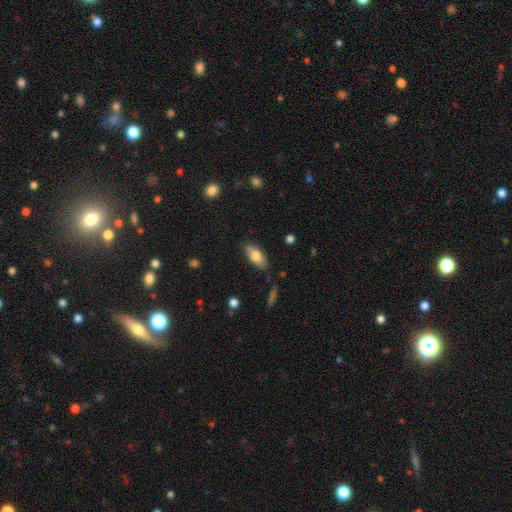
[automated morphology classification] A smooth galaxy with no disk features (78%) that is in between round and cigar-shaped (86%). Merging: none (80%).